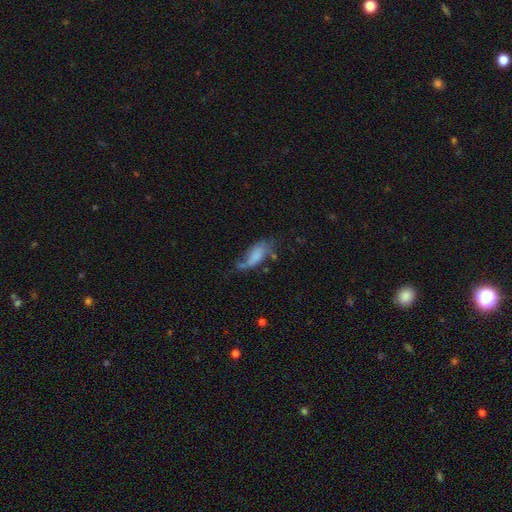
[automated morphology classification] This is likely a smooth galaxy (62%). How rounded: clearly in between (83%). Merging: marginally minor disturbance (30%, tied with none and major disturbance).